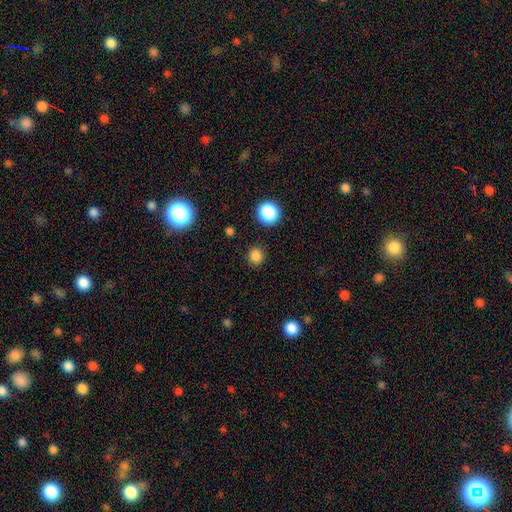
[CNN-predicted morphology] Smooth or featured?
  - smooth: 82% *
  - star or artifact: 15%
  - featured or disk: 3%
How rounded?
  - round: 91% *
  - in between: 8%
  - cigar-shaped: 1%
Merging?
  - none: 90% *
  - minor disturbance: 6%
  - major disturbance: 3%
  - merger: 2%